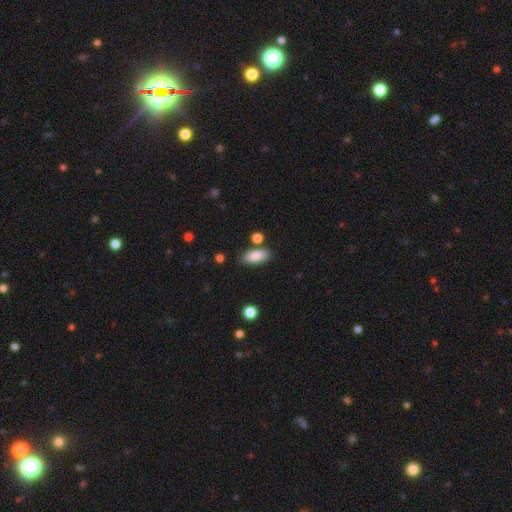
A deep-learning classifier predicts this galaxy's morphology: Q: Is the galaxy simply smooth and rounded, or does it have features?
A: smooth — 87%.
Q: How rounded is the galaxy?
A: in between — 85%.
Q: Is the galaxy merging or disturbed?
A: none — 78%.